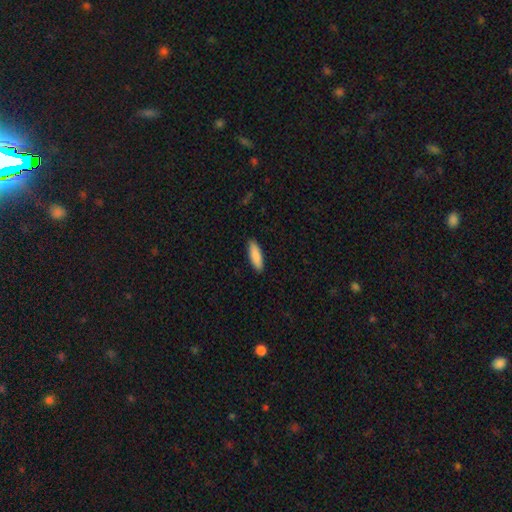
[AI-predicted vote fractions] smooth-or-featured: smooth: 89% | star or artifact: 5% | featured or disk: 5%
  how-rounded: in between: 51% | cigar-shaped: 48% | round: 2%
  merging: none: 90% | minor disturbance: 8% | major disturbance: 2% | merger: 1%